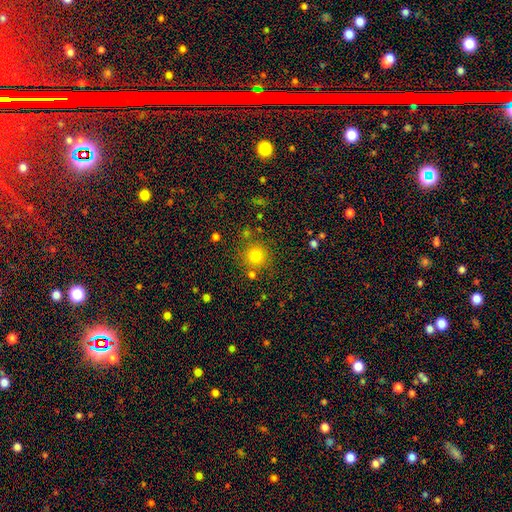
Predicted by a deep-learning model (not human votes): Smooth or featured? smooth (79%)
How rounded? round (94%)
Merging? none (82%)